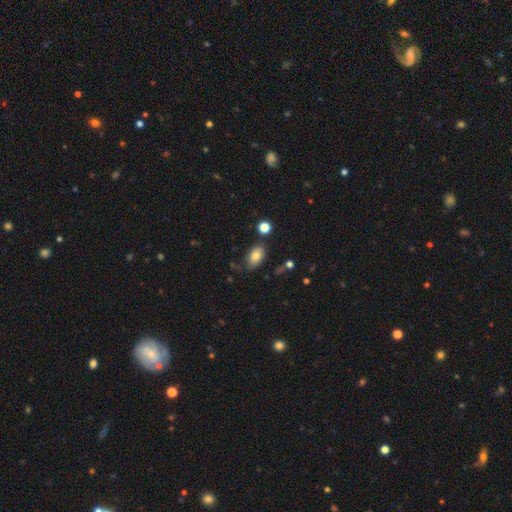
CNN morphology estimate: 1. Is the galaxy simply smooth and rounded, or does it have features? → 78% smooth, 13% featured or disk, 9% star or artifact.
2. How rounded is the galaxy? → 88% in between, 11% round, 2% cigar-shaped.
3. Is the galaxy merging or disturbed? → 67% none, 20% minor disturbance, 7% major disturbance, 5% merger.